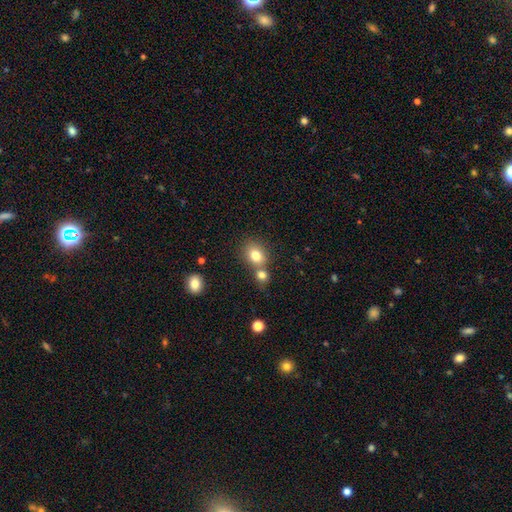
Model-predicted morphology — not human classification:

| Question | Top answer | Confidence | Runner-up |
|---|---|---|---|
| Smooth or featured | smooth | 80% | star or artifact (11%) |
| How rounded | round | 53% | in between (46%) |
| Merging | none | 52% | merger (35%) |